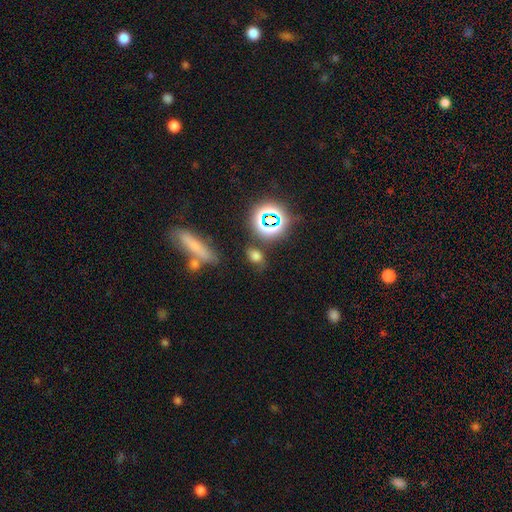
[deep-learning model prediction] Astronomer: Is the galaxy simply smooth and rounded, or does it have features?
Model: smooth — 64%.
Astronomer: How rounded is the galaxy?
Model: in between — 71%.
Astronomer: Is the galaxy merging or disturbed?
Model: none — 70%.